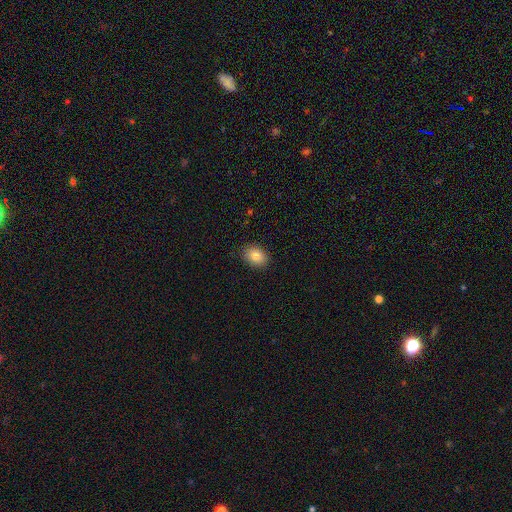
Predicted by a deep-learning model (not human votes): smooth 84%, star or artifact 9%, featured or disk 7%. Down the decision tree: how rounded — in between (70%); merging — none (88%).